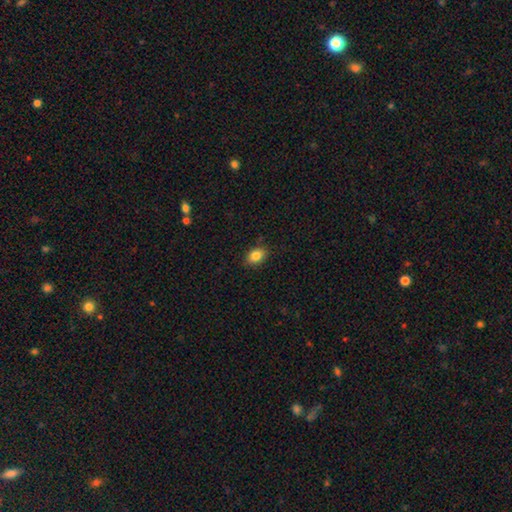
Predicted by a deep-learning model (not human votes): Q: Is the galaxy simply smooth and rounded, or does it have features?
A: smooth — 85%.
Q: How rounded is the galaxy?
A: in between — 77%.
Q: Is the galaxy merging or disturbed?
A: none — 85%.